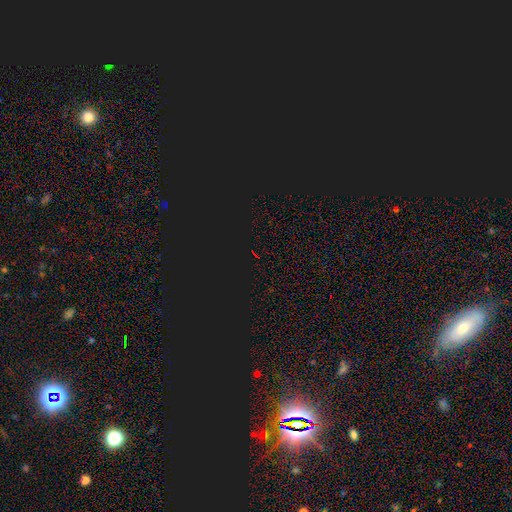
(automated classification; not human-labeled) Smooth or featured? star or artifact (82%)